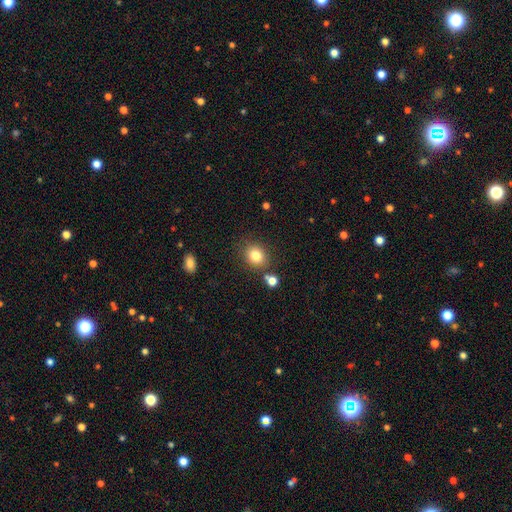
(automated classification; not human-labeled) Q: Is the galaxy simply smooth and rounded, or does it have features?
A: smooth — 81%.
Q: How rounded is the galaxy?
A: round — 69%.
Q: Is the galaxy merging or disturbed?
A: none — 79%.